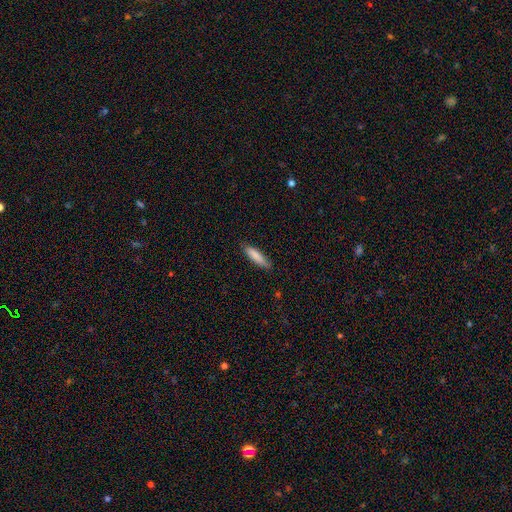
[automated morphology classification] Smooth or featured? smooth (85%)
How rounded? cigar-shaped (77%)
Merging? none (82%)